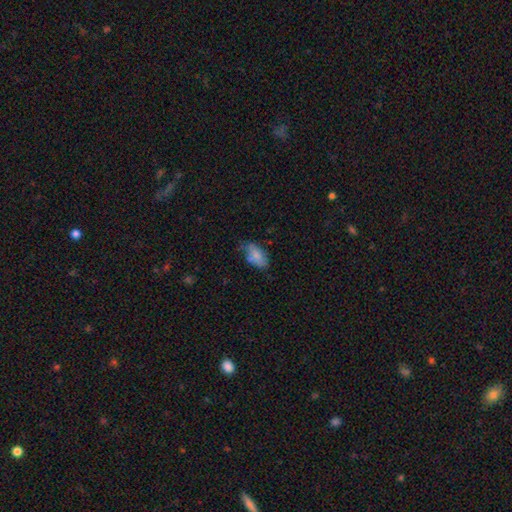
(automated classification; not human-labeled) A smooth galaxy with no disk features (77%) that is in between round and cigar-shaped (90%). Merging: none (55%).